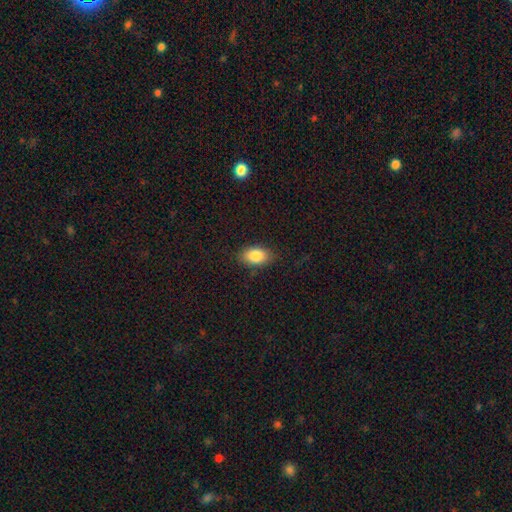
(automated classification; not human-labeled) This is clearly a smooth galaxy (85%). How rounded: clearly in between (90%). Merging: clearly none (83%).